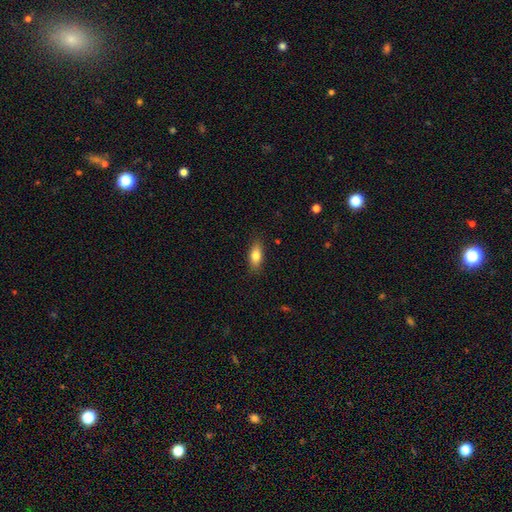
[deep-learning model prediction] The model was most divided on "how rounded": in between: 80%, cigar-shaped: 16%, round: 4%. More confident: merging — none (86%); smooth or featured — smooth (79%).